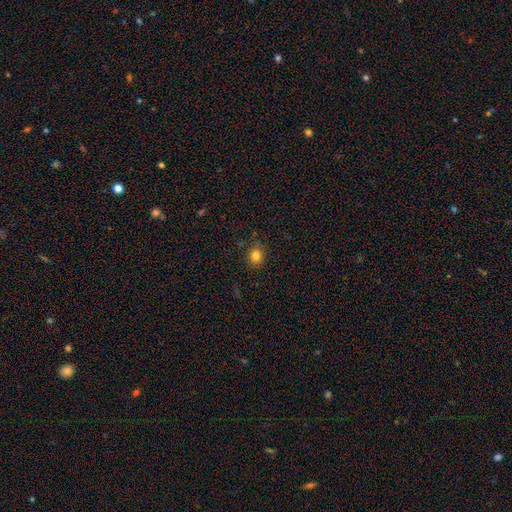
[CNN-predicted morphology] Q: Smooth or featured?
A: smooth (82%); runner-up: star or artifact (12%)
Q: How rounded?
A: round (69%); runner-up: in between (30%)
Q: Merging?
A: none (84%); runner-up: minor disturbance (12%)